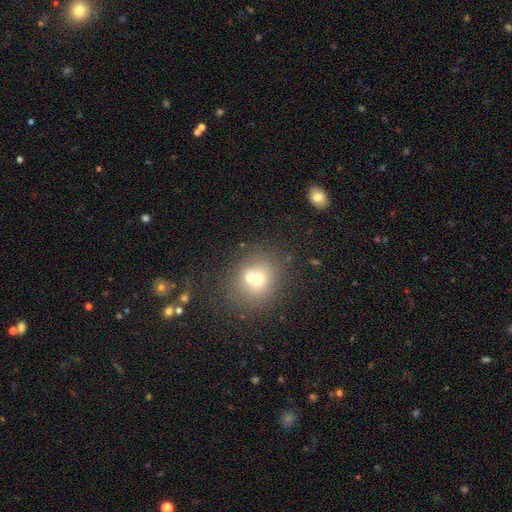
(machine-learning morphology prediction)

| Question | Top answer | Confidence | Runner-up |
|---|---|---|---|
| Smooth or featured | smooth | 66% | star or artifact (26%) |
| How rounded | round | 70% | in between (28%) |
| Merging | none | 84% | minor disturbance (10%) |